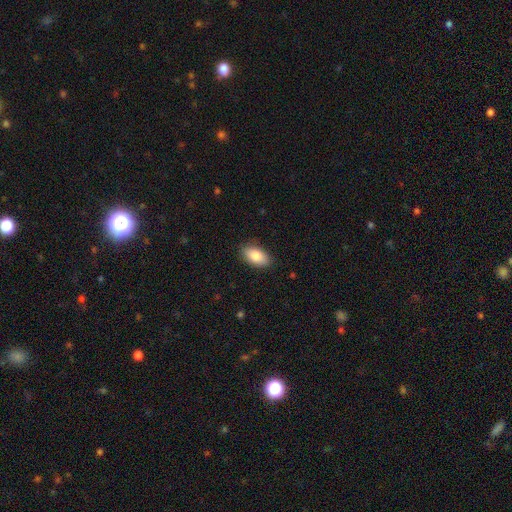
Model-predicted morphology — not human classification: Q: Smooth or featured?
A: smooth (84%); runner-up: featured or disk (9%)
Q: How rounded?
A: in between (92%); runner-up: round (5%)
Q: Merging?
A: none (87%); runner-up: minor disturbance (10%)